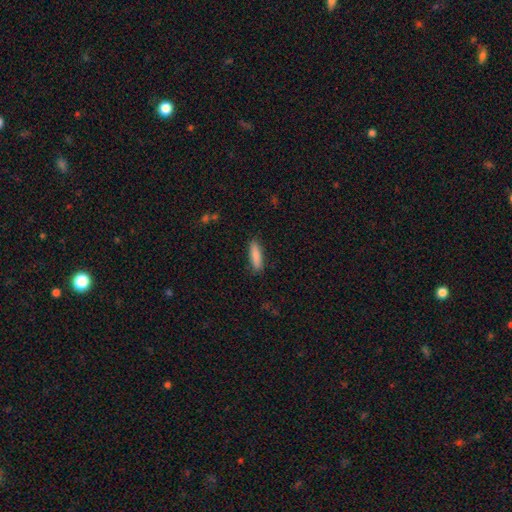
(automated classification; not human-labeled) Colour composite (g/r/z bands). It shows a smooth galaxy with no disk features (86%) that is cigar-shaped (67%). Merging: none (87%).